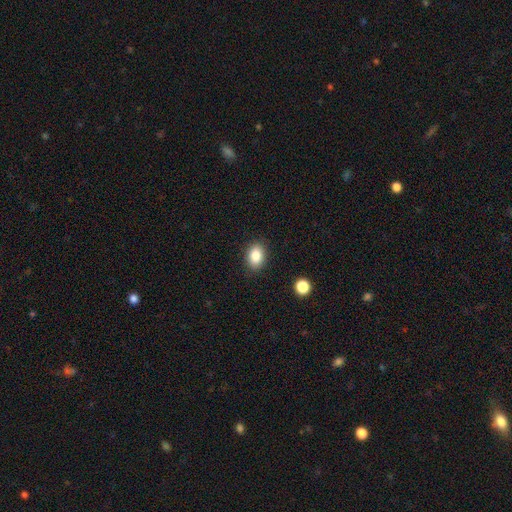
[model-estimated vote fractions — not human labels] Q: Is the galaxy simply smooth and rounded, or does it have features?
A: smooth — 86%.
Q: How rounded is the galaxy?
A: in between — 77%.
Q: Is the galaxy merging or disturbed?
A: none — 87%.